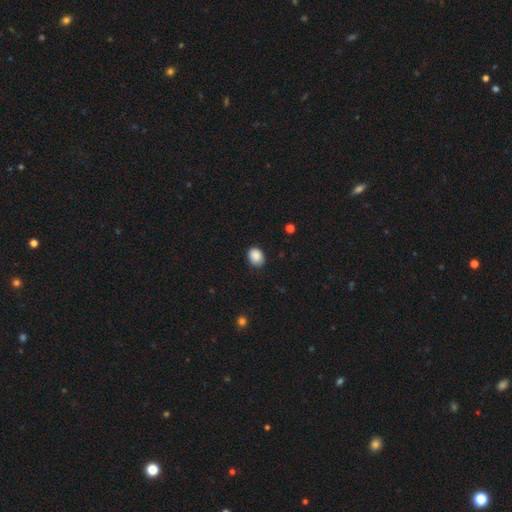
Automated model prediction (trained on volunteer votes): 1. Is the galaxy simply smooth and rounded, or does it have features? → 88% smooth, 8% star or artifact, 4% featured or disk.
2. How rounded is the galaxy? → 50% round, 49% in between, 1% cigar-shaped.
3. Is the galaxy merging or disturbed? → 82% none, 15% minor disturbance, 3% major disturbance, 1% merger.